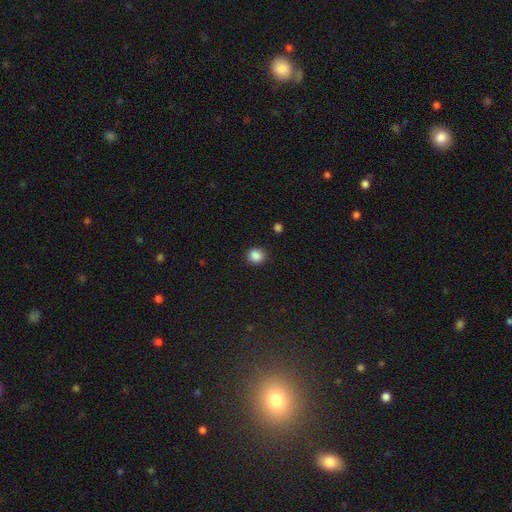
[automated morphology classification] Overall: smooth (87%). How rounded: round (84%). Merging: none (89%).